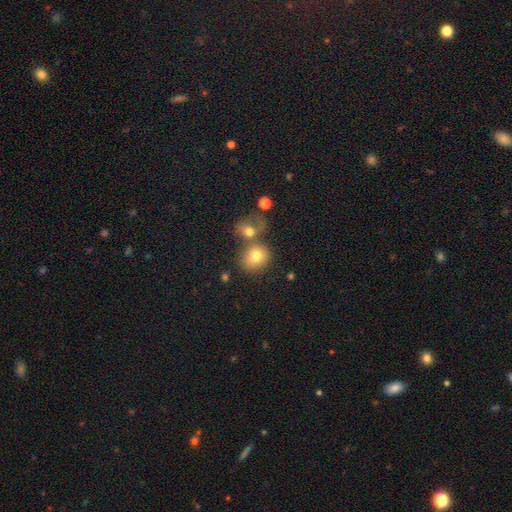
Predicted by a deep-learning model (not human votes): This is likely a smooth galaxy (77%). How rounded: likely round (69%). Merging: marginally none (45%).